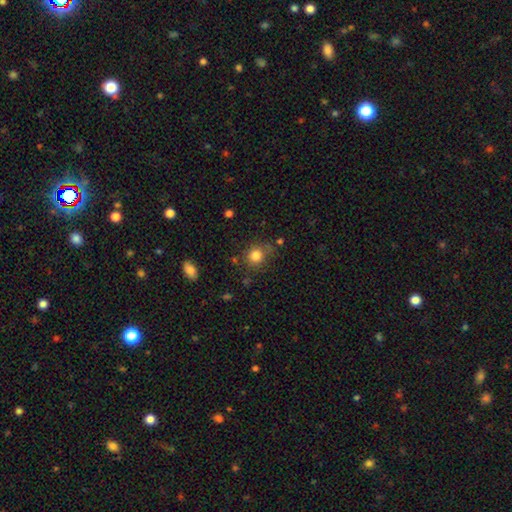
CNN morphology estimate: Smooth or featured? smooth (81%)
How rounded? round (82%)
Merging? none (73%)